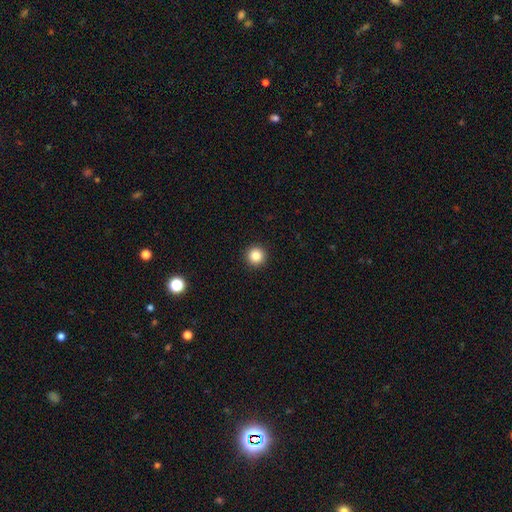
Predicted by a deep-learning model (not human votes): Smooth or featured?
  - smooth: 84% *
  - star or artifact: 11%
  - featured or disk: 5%
How rounded?
  - round: 96% *
  - in between: 3%
  - cigar-shaped: 1%
Merging?
  - none: 94% *
  - minor disturbance: 4%
  - major disturbance: 1%
  - merger: 1%